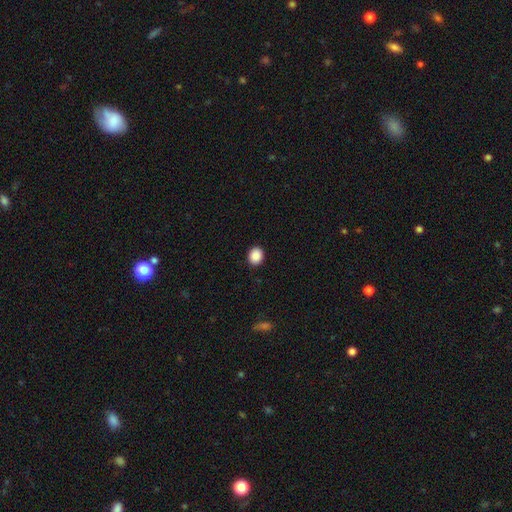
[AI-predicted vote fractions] Overall: smooth (89%). How rounded: round (69%; in between 30%). Merging: none (91%).